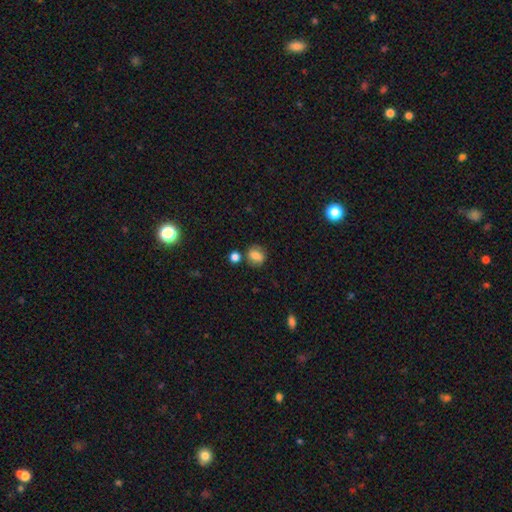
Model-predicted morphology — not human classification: The model was most divided on "how rounded": round: 68%, in between: 31%, cigar-shaped: 1%. More confident: smooth or featured — smooth (77%); merging — none (75%).